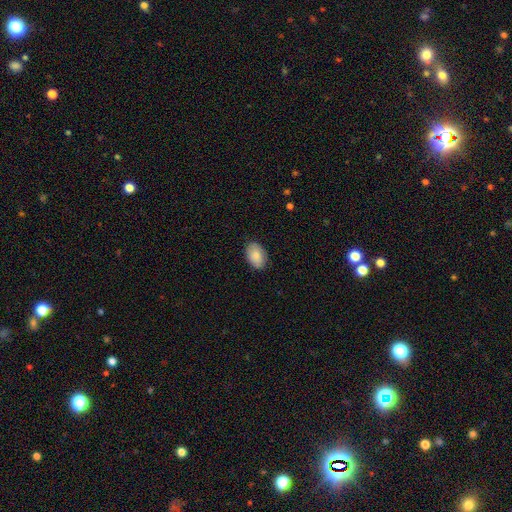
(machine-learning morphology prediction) smooth 86%, featured or disk 7%, star or artifact 6%. Down the decision tree: how rounded — in between (89%); merging — none (85%).